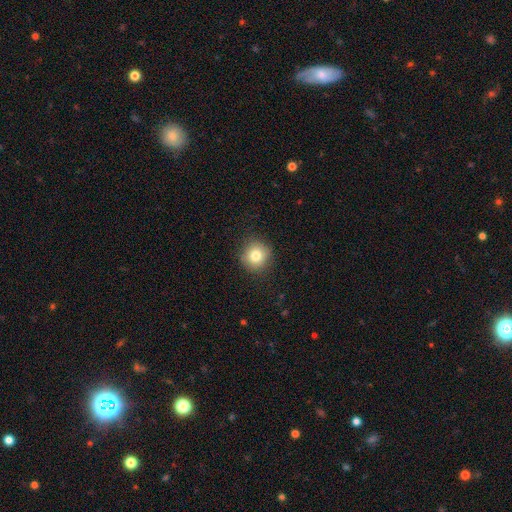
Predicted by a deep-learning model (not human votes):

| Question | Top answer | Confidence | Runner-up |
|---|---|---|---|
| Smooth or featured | smooth | 80% | star or artifact (11%) |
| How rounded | round | 91% | in between (8%) |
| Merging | none | 88% | minor disturbance (9%) |